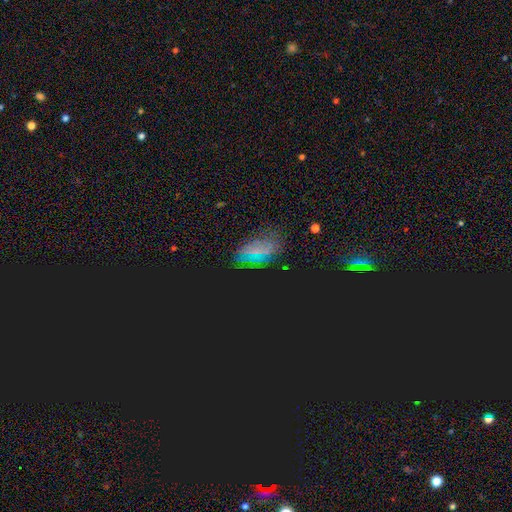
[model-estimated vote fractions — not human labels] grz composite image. It shows a star or artifact, not a galaxy (56%).